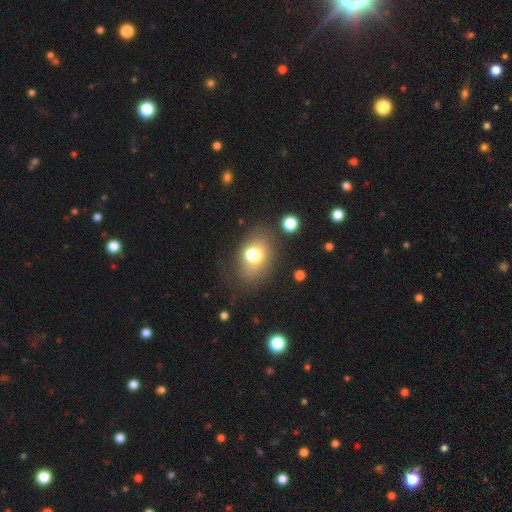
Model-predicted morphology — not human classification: Smooth or featured? Predicted: smooth (p=0.64). How rounded? Predicted: in between (p=0.66). Merging? Predicted: none (p=0.50).